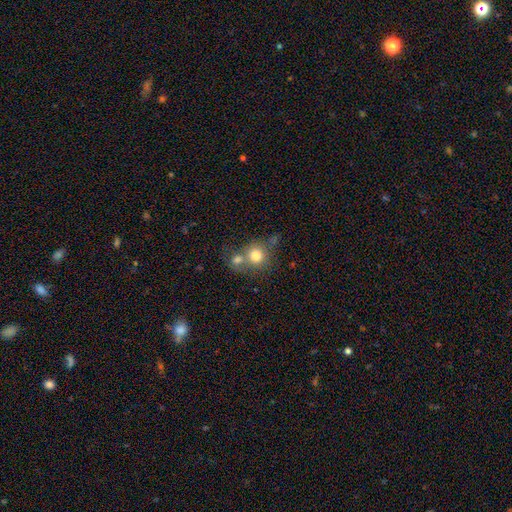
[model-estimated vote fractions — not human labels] smooth 78%, featured or disk 12%, star or artifact 10%. Down the decision tree: how rounded — round (86%); merging — merger (46%).